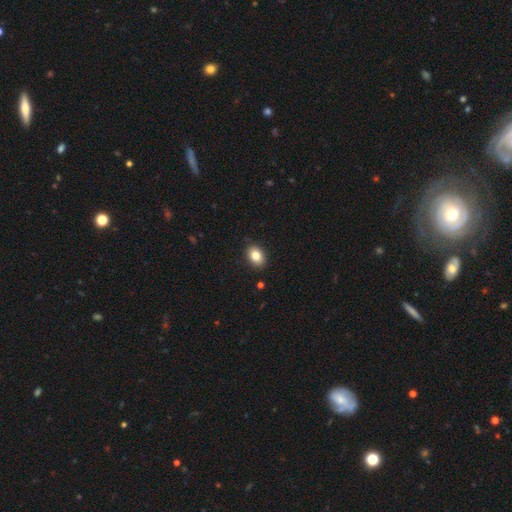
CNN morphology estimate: smooth 84%, star or artifact 9%, featured or disk 8%. Down the decision tree: how rounded — in between (78%); merging — none (89%).